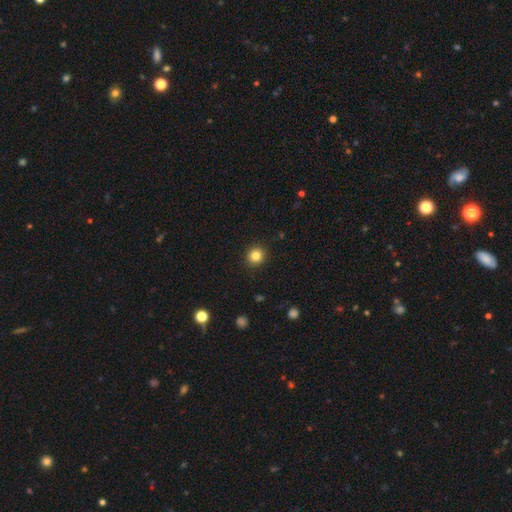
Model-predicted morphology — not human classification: Smooth or featured: smooth — 84% (star or artifact — 11%)
How rounded: round — 92% (in between — 7%)
Merging: none — 92% (minor disturbance — 5%)